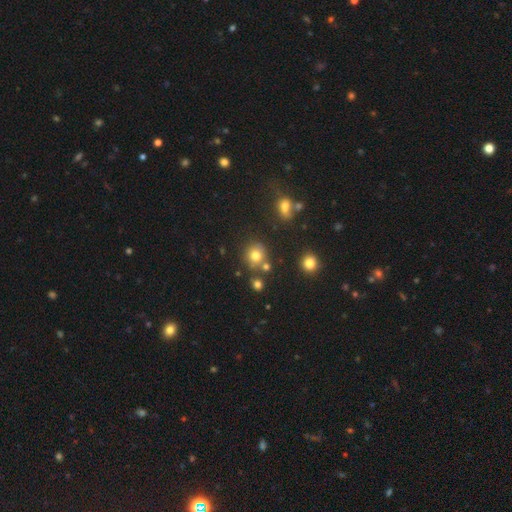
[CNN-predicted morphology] A smooth galaxy with no disk features (75%) that is round (85%).

Vote fractions:
- Smooth or featured? smooth: 75% / star or artifact: 16% / featured or disk: 9%
- How rounded? round: 85% / in between: 14% / cigar-shaped: 1%
- Merging? none: 71% / merger: 13% / minor disturbance: 12% / major disturbance: 4%